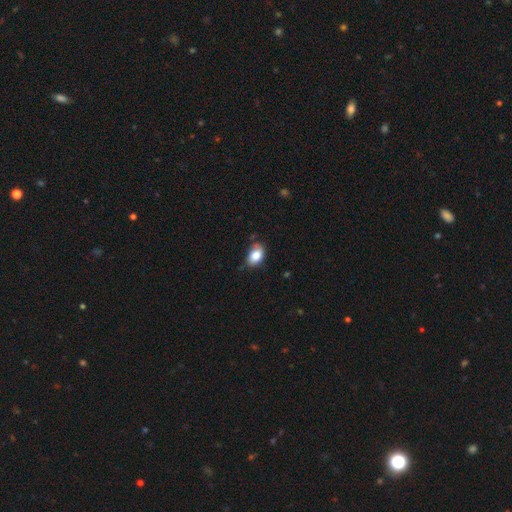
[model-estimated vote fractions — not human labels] Smooth or featured: smooth — 82% (featured or disk — 9%)
How rounded: in between — 85% (round — 14%)
Merging: none — 61% (minor disturbance — 30%)